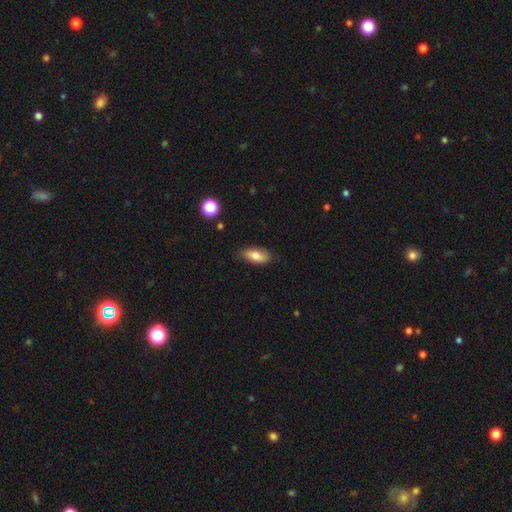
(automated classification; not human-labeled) smooth_or_featured: smooth (p=0.77) [alt: featured or disk p=0.15]
how_rounded: in between (p=0.87) [alt: cigar-shaped p=0.09]
merging: none (p=0.79) [alt: minor disturbance p=0.17]